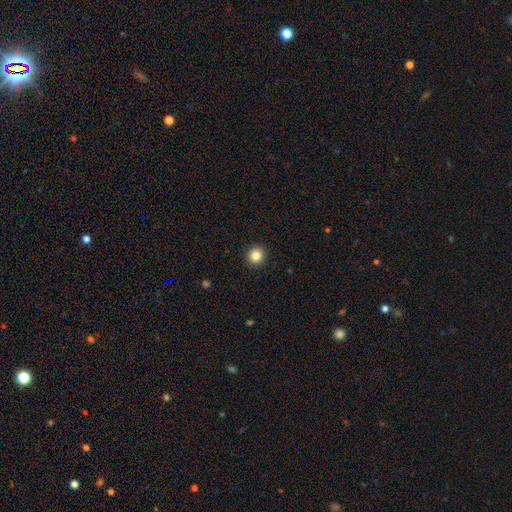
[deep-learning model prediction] smooth_or_featured: smooth (p=0.84) [alt: star or artifact p=0.11]
how_rounded: round (p=0.89) [alt: in between p=0.11]
merging: none (p=0.92) [alt: minor disturbance p=0.05]